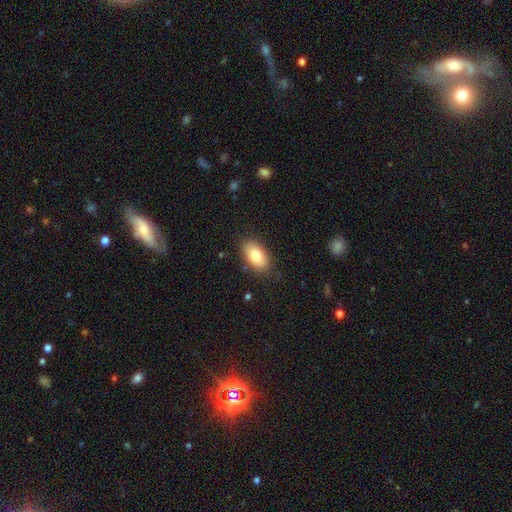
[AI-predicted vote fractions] This appears to be a smooth galaxy with no disk features (82%) that is in between round and cigar-shaped (93%). Merging: none (84%).